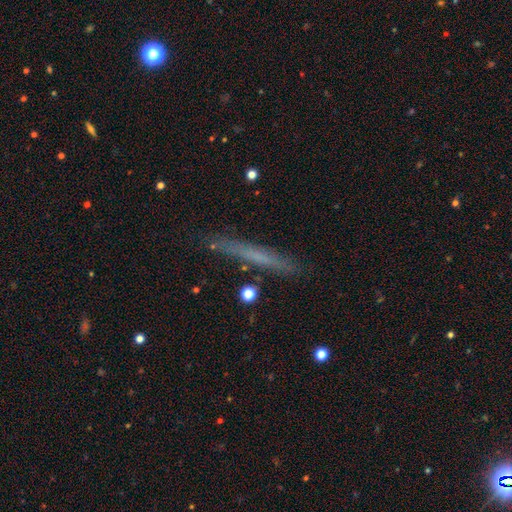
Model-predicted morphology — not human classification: A smooth galaxy with no disk features (50%).

Vote fractions:
- Smooth or featured? smooth: 50% / featured or disk: 42% / star or artifact: 8%
- Merging? none: 85% / minor disturbance: 11% / major disturbance: 2% / merger: 2%